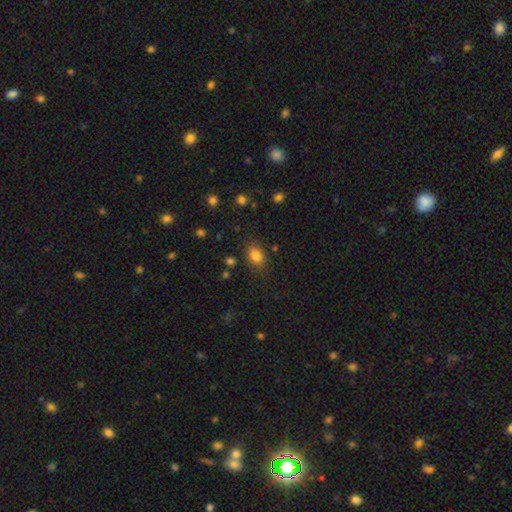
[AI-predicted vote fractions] This appears to be a smooth galaxy with no disk features (83%) that is in between round and cigar-shaped (76%). Merging: none (79%).